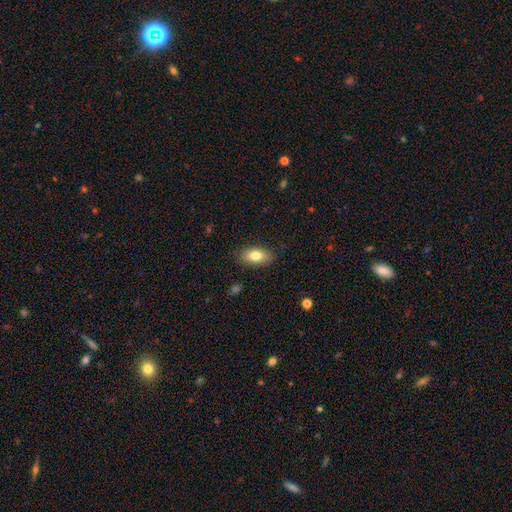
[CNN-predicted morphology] Q: Smooth or featured?
A: smooth (80%); runner-up: featured or disk (13%)
Q: How rounded?
A: in between (90%); runner-up: round (5%)
Q: Merging?
A: none (86%); runner-up: minor disturbance (11%)